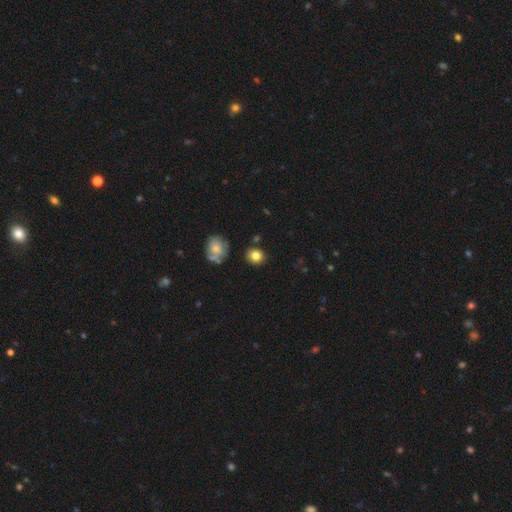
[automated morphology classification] Smooth or featured? Predicted: smooth (p=0.81). How rounded? Predicted: round (p=0.83). Merging? Predicted: none (p=0.84).